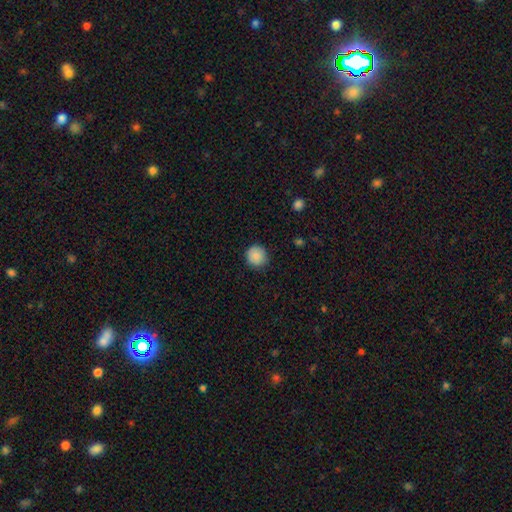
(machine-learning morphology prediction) smooth 88%, star or artifact 8%, featured or disk 3%. Down the decision tree: how rounded — round (93%); merging — none (89%).